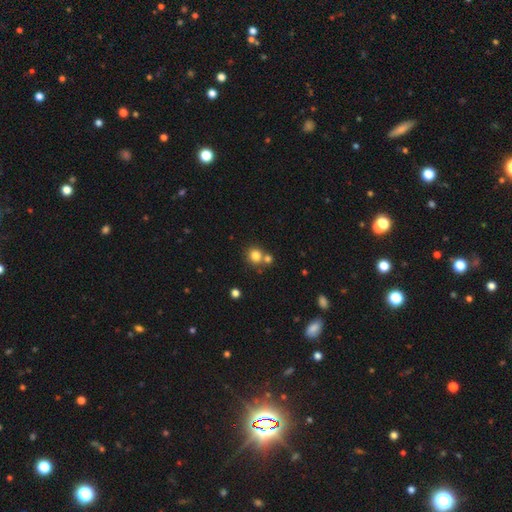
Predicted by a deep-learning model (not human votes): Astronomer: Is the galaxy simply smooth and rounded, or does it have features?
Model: smooth — 80%.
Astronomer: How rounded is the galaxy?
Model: round — 87%.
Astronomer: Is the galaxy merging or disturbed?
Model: none — 59%.